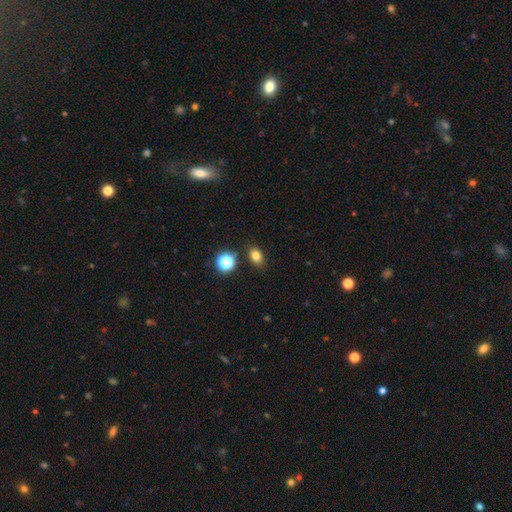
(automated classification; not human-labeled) Q: Smooth or featured?
A: smooth (79%); runner-up: star or artifact (14%)
Q: How rounded?
A: in between (72%); runner-up: round (26%)
Q: Merging?
A: none (84%); runner-up: minor disturbance (9%)